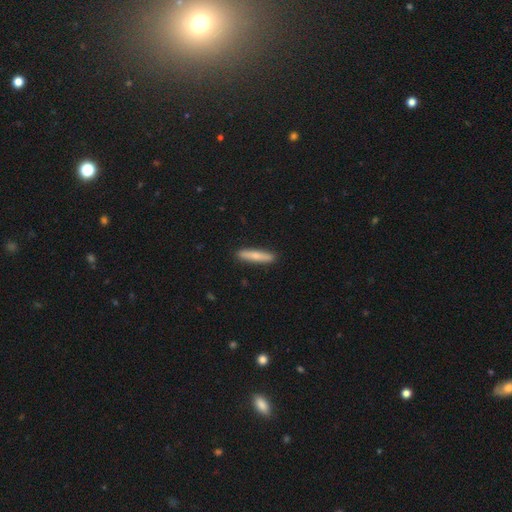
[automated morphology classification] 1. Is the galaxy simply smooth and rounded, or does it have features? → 73% smooth, 21% featured or disk, 5% star or artifact.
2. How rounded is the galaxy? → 89% cigar-shaped, 10% in between, 1% round.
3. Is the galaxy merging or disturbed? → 91% none, 7% minor disturbance, 1% major disturbance, 1% merger.